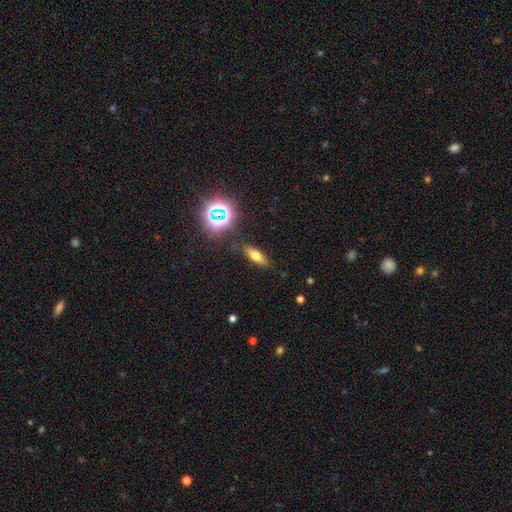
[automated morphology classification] Overall: smooth (60%; featured or disk 21%). How rounded: in between (59%; cigar-shaped 35%). Merging: none (83%).